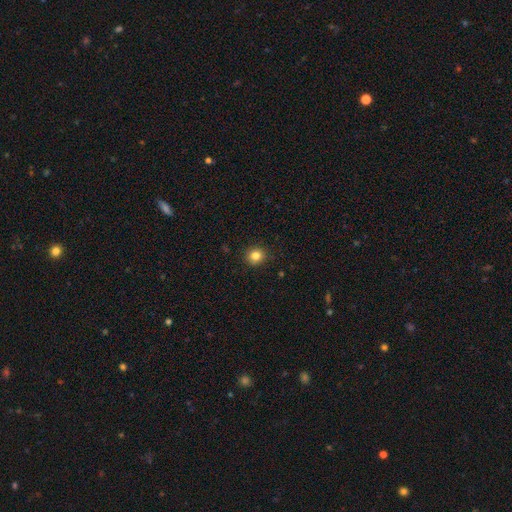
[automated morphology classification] Overall: smooth (83%). How rounded: round (89%). Merging: none (91%).